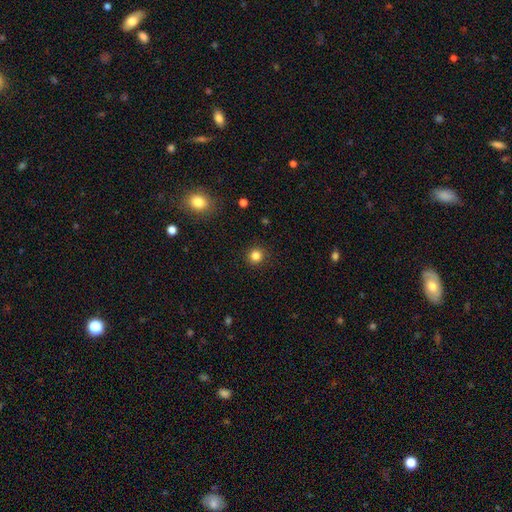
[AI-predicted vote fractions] This appears to be a smooth galaxy with no disk features (83%) that is round (93%). Merging: none (91%).